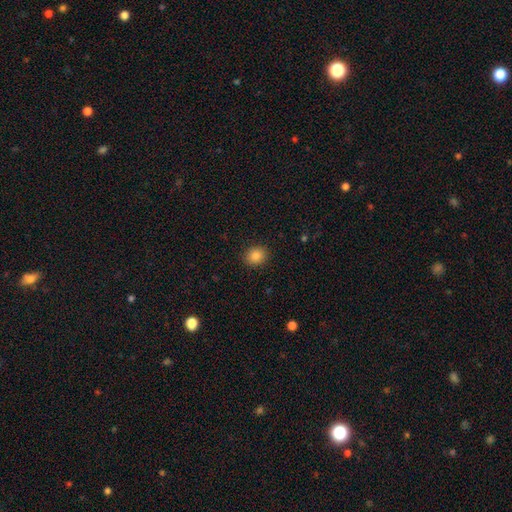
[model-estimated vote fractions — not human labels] smooth_or_featured: smooth (p=0.84) [alt: star or artifact p=0.10]
how_rounded: round (p=0.74) [alt: in between p=0.25]
merging: none (p=0.91) [alt: minor disturbance p=0.06]